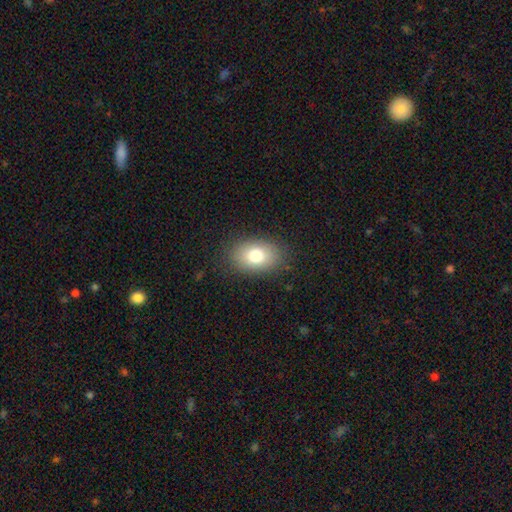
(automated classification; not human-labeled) Smooth or featured? Predicted: smooth (p=0.79). How rounded? Predicted: in between (p=0.83). Merging? Predicted: none (p=0.86).